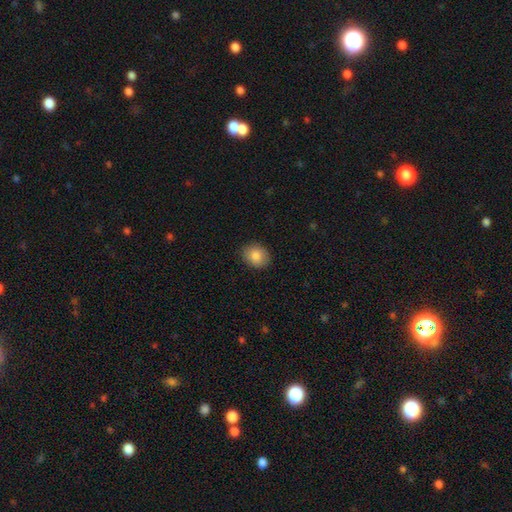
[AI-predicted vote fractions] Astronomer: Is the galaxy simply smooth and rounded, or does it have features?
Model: smooth — 85%.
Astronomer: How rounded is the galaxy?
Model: round — 54% (runner-up: in between, 45%).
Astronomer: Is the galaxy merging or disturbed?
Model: none — 88%.